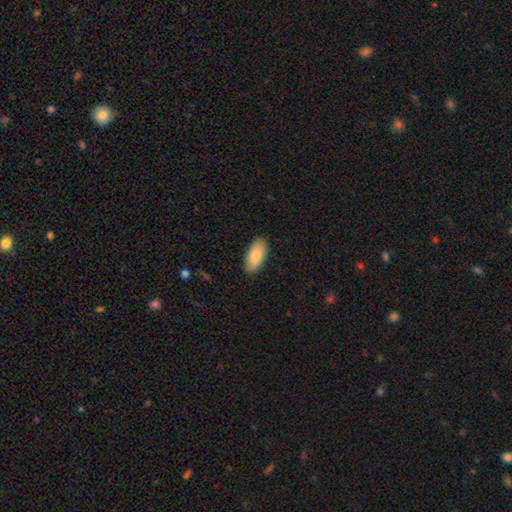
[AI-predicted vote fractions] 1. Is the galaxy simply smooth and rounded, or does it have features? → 84% smooth, 10% featured or disk, 5% star or artifact.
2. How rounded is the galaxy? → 90% in between, 8% cigar-shaped, 2% round.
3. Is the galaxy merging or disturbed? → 87% none, 10% minor disturbance, 2% major disturbance, 1% merger.